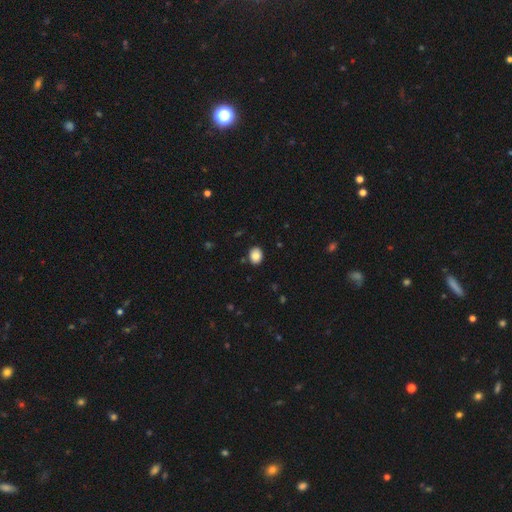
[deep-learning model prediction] Overall: smooth (85%). How rounded: in between (53%; round 47%). Merging: none (88%).